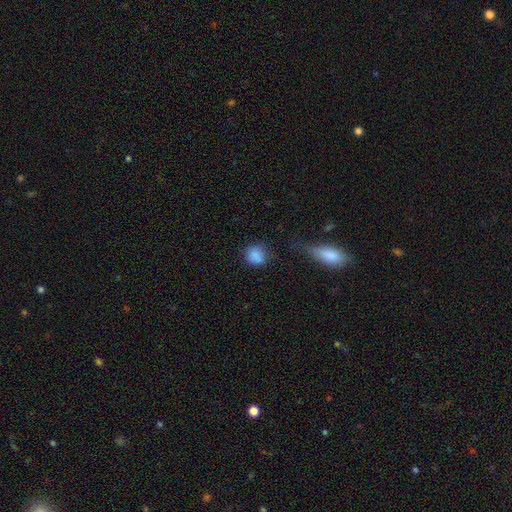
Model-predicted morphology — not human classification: Smooth or featured? smooth (85%)
How rounded? round (73%)
Merging? none (67%)